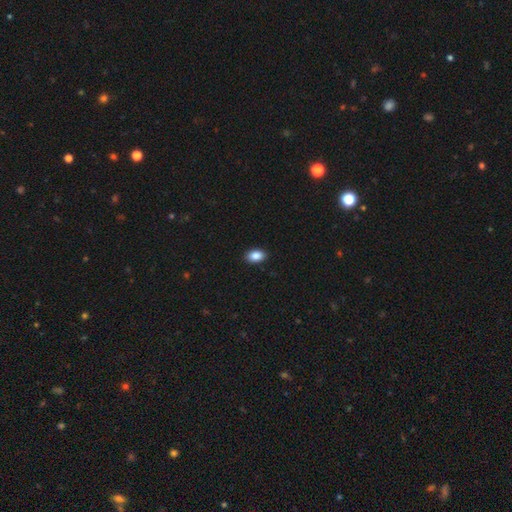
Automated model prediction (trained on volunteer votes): Overall: smooth (87%). How rounded: in between (88%). Merging: none (90%).